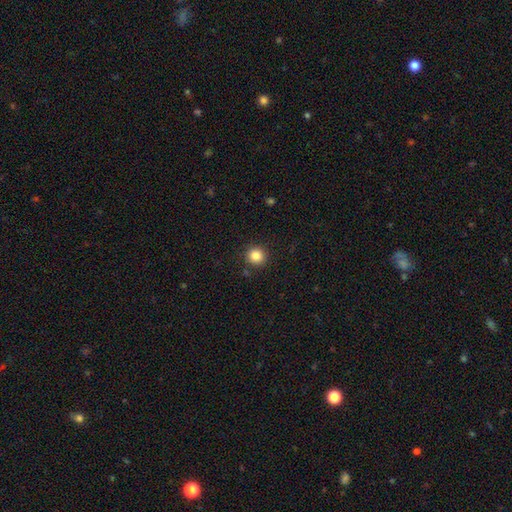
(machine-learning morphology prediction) This is clearly a smooth galaxy (85%). How rounded: clearly round (94%). Merging: clearly none (90%).